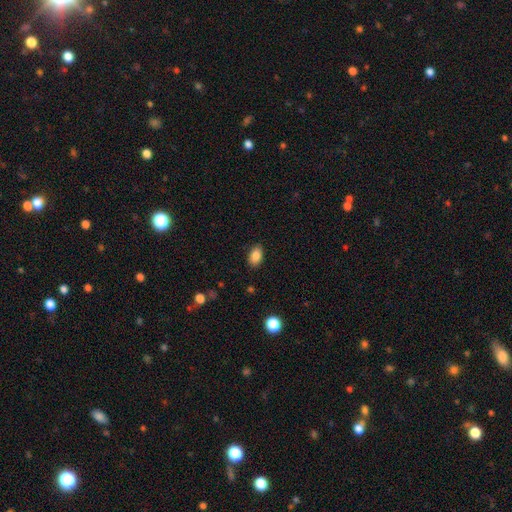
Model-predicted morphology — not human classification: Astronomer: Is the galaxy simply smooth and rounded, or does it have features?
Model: smooth — 86%.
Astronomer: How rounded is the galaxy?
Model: in between — 89%.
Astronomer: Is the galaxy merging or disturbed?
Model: none — 87%.